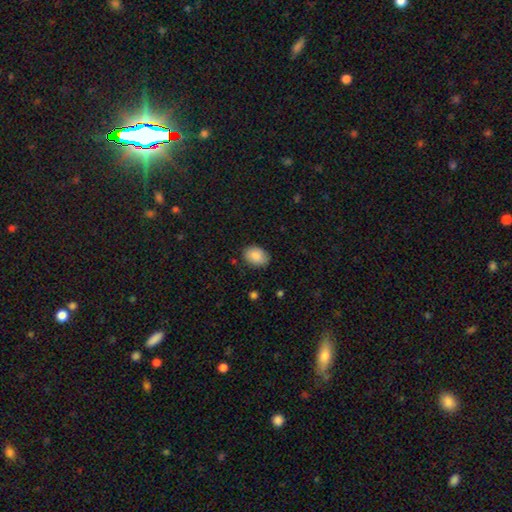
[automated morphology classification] Q: Smooth or featured?
A: smooth (87%); runner-up: star or artifact (7%)
Q: How rounded?
A: in between (78%); runner-up: round (22%)
Q: Merging?
A: none (83%); runner-up: minor disturbance (13%)